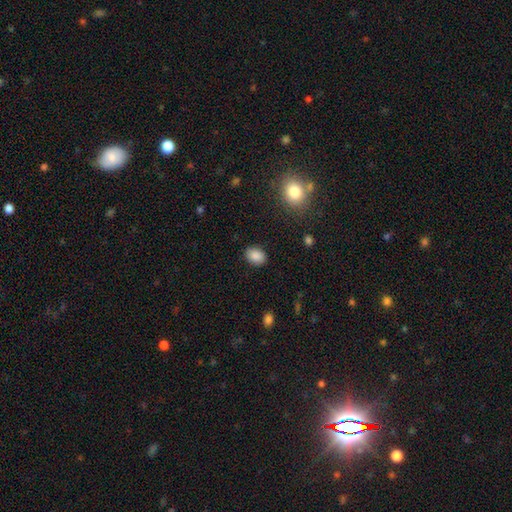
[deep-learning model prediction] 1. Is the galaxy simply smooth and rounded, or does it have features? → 87% smooth, 9% star or artifact, 4% featured or disk.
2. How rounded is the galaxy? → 71% in between, 28% round, 1% cigar-shaped.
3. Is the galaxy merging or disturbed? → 88% none, 9% minor disturbance, 3% major disturbance, 1% merger.